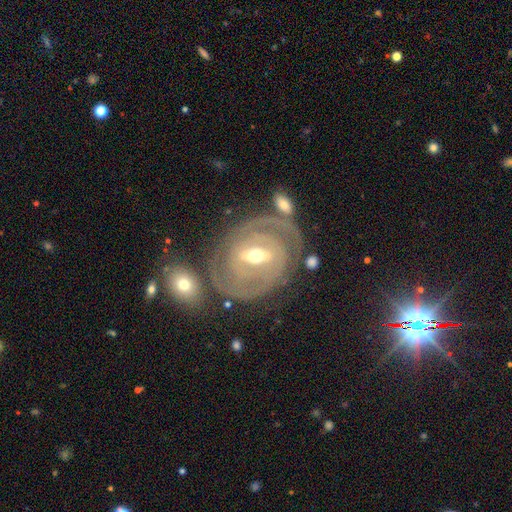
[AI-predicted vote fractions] Smooth or featured?
  - featured or disk: 88% *
  - smooth: 7%
  - star or artifact: 5%
Edge-on disk?
  - no: 96% *
  - yes: 4%
Bar?
  - strong: 48% *
  - weak: 40%
  - no: 13%
Spiral arms?
  - yes: 93% *
  - no: 7%
Spiral winding?
  - tight: 71% *
  - medium: 24%
  - loose: 5%
Spiral arm count?
  - 2: 53% *
  - can't tell: 18%
  - 3: 16%
  - 4: 5%
  - 1: 4%
  - more than 4: 3%
Bulge size?
  - moderate: 64% *
  - small: 31%
  - large: 3%
  - none: 1%
  - dominant: 1%
Merging?
  - none: 70% *
  - minor disturbance: 15%
  - merger: 8%
  - major disturbance: 7%